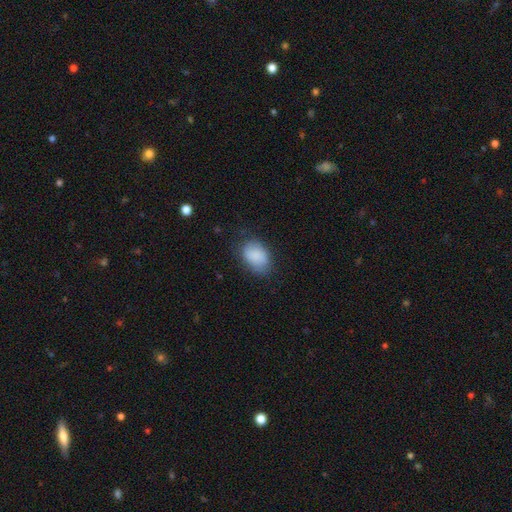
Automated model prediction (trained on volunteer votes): Overall: smooth (84%). How rounded: in between (80%). Merging: none (69%).